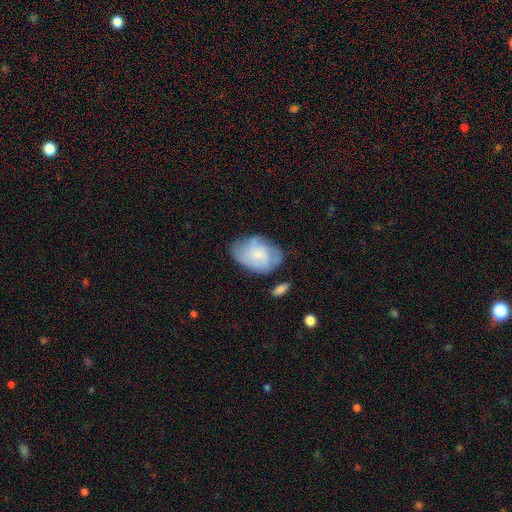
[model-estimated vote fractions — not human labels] Q: Smooth or featured?
A: smooth (49%); runner-up: featured or disk (43%)
Q: Merging?
A: none (53%); runner-up: minor disturbance (30%)